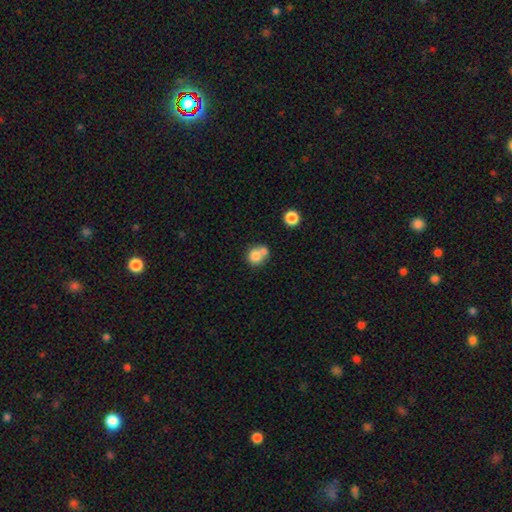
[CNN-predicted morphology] Smooth or featured? Predicted: smooth (p=0.77). How rounded? Predicted: round (p=0.81). Merging? Predicted: merger (p=0.48).